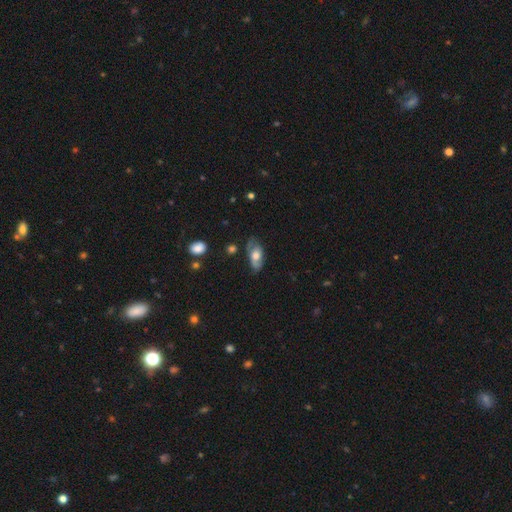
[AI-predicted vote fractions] Smooth or featured?
  - smooth: 55% *
  - featured or disk: 38%
  - star or artifact: 7%
How rounded?
  - in between: 88% *
  - cigar-shaped: 7%
  - round: 5%
Merging?
  - none: 64% *
  - minor disturbance: 27%
  - major disturbance: 7%
  - merger: 3%